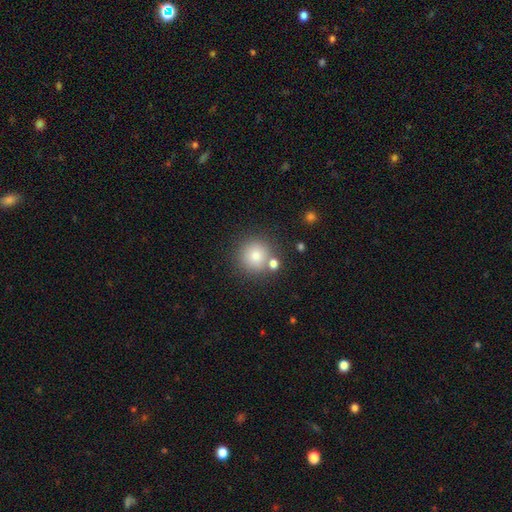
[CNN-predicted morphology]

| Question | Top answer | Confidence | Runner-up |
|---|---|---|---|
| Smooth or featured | smooth | 79% | star or artifact (12%) |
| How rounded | round | 93% | in between (6%) |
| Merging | none | 76% | merger (12%) |